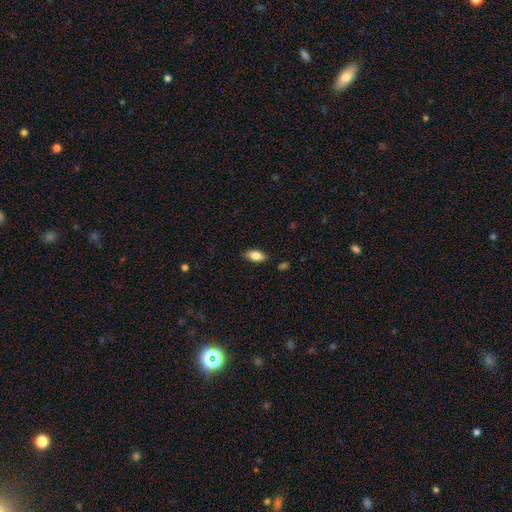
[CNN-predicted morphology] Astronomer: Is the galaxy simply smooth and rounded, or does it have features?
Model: smooth — 81%.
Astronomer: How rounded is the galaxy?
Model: in between — 86%.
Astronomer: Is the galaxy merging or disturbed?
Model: none — 86%.